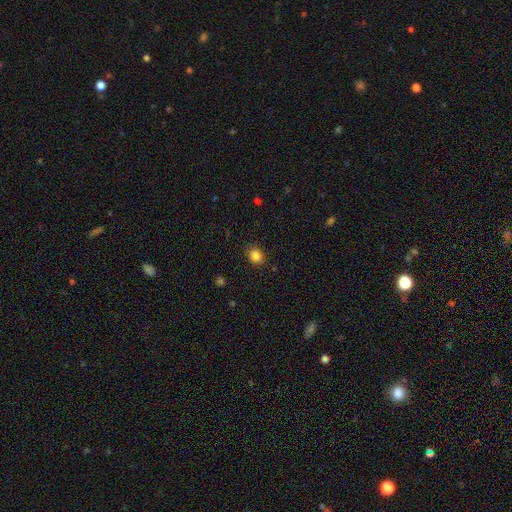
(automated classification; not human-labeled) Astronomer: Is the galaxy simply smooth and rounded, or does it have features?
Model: smooth — 85%.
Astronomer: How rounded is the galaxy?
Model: round — 57% (runner-up: in between, 42%).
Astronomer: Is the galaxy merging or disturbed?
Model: none — 87%.